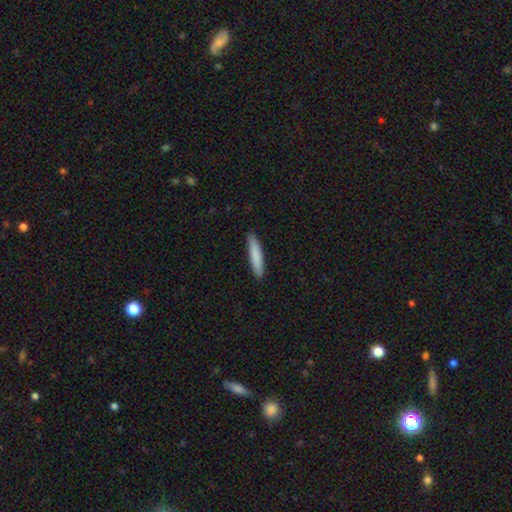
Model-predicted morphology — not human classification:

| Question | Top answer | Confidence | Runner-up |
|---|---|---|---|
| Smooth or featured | smooth | 85% | featured or disk (10%) |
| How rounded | cigar-shaped | 89% | in between (10%) |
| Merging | none | 90% | minor disturbance (8%) |